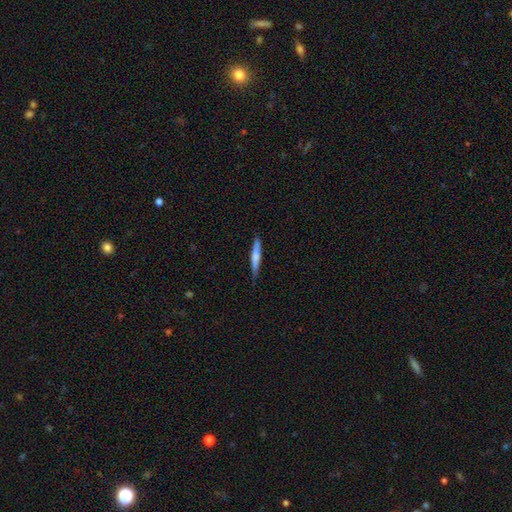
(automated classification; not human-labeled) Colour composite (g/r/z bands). It shows a smooth galaxy with no disk features (65%) that is cigar-shaped (94%). Merging: none (85%).